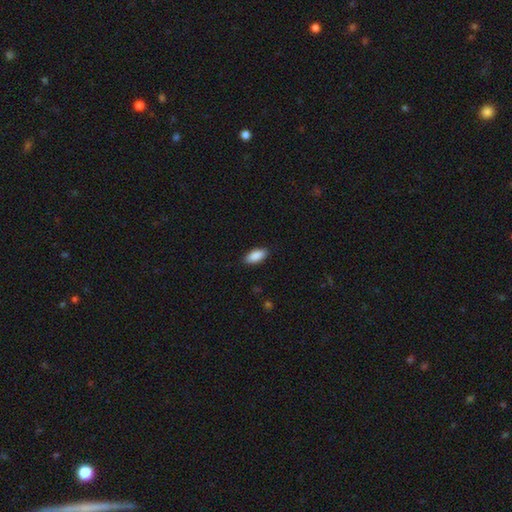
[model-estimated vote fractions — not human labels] Smooth or featured? Predicted: smooth (p=0.90). How rounded? Predicted: in between (p=0.88). Merging? Predicted: none (p=0.88).